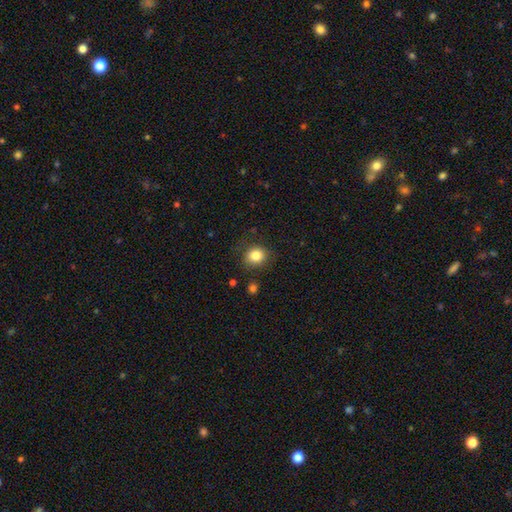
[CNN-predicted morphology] Smooth or featured? smooth (83%)
How rounded? round (78%)
Merging? none (83%)